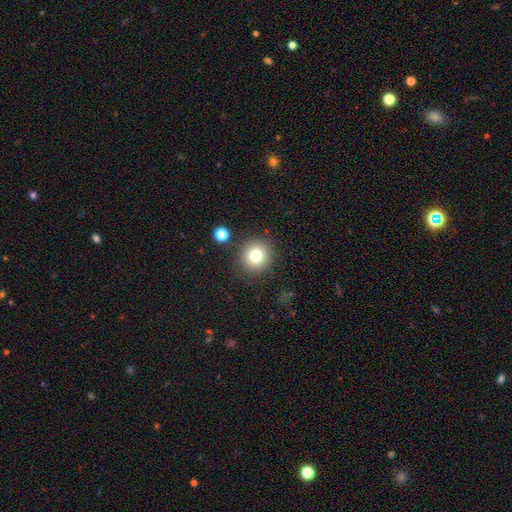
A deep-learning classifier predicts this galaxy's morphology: The model was most divided on "smooth or featured": smooth: 79%, star or artifact: 13%, featured or disk: 9%. More confident: how rounded — round (92%); merging — none (87%).